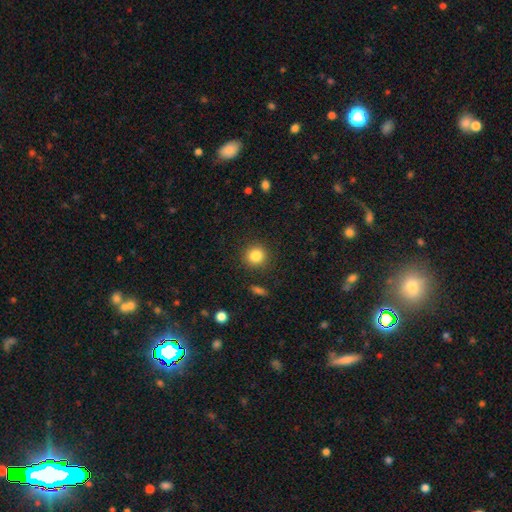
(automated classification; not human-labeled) Overall: smooth (84%). How rounded: round (92%). Merging: none (90%).